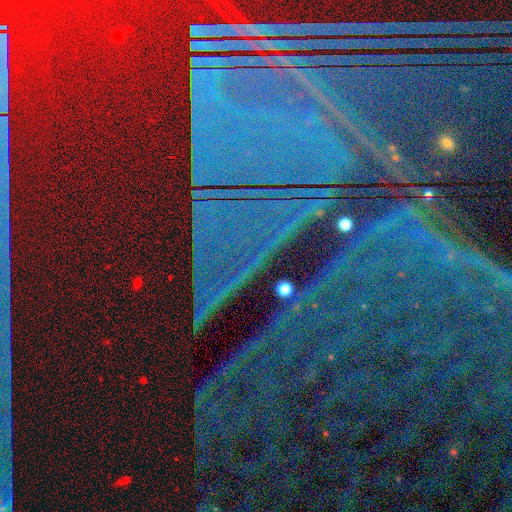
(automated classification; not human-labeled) Smooth or featured?
  - star or artifact: 90% *
  - featured or disk: 5%
  - smooth: 4%